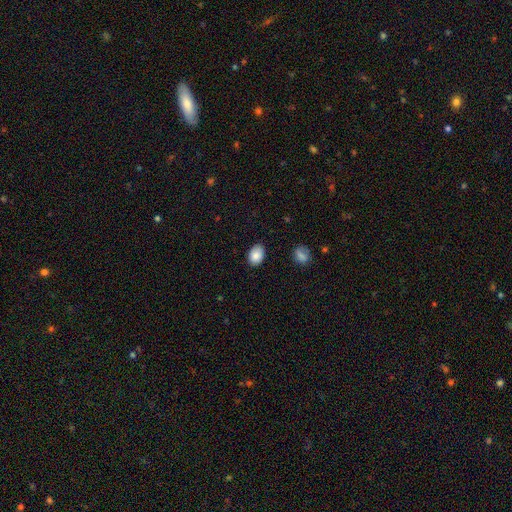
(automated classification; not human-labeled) Smooth or featured? smooth (85%)
How rounded? in between (81%)
Merging? none (84%)